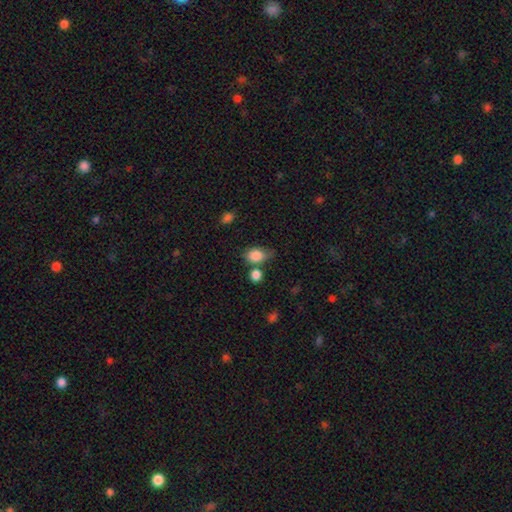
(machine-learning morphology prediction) Smooth or featured? smooth (85%)
How rounded? in between (67%)
Merging? none (54%)